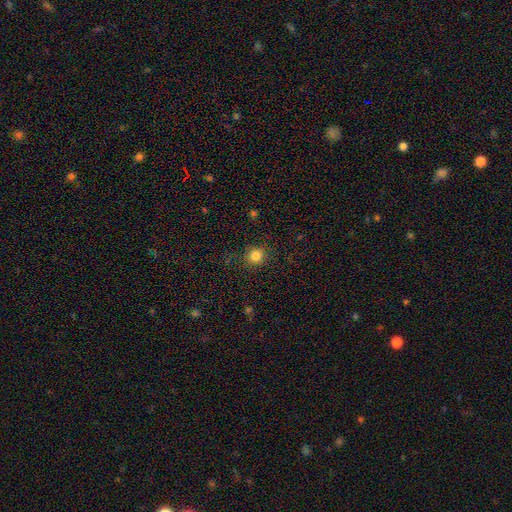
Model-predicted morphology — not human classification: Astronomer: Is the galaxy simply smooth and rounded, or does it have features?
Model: smooth — 82%.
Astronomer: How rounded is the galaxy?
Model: round — 89%.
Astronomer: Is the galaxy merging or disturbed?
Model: none — 88%.